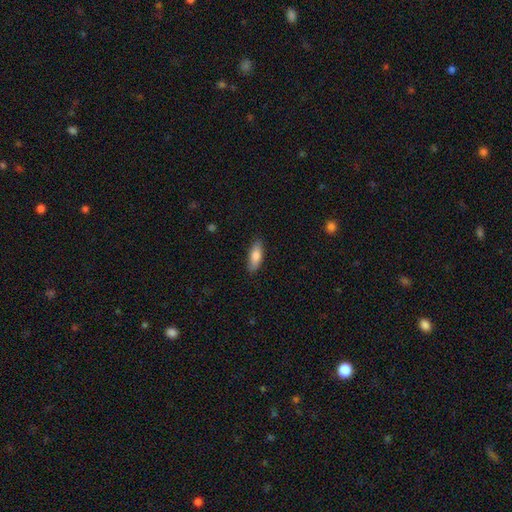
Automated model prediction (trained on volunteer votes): Smooth or featured? smooth (80%)
How rounded? in between (69%)
Merging? none (86%)